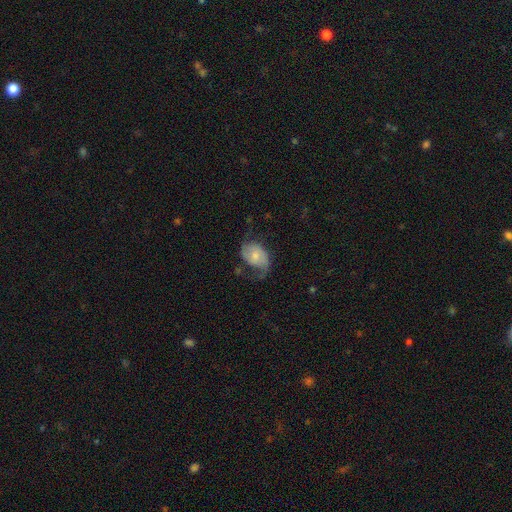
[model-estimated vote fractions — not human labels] Smooth or featured? Predicted: featured or disk (p=0.58). Edge-on disk? Predicted: no (p=0.97). Bar? Predicted: no (p=0.67). Spiral arms? Predicted: yes (p=0.83). Bulge size? Predicted: small (p=0.46). Merging? Predicted: none (p=0.42).